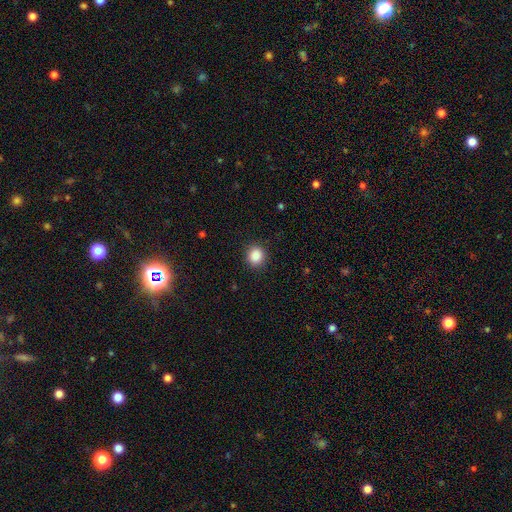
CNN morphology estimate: smooth-or-featured: smooth: 88% | star or artifact: 9% | featured or disk: 3%
  how-rounded: round: 83% | in between: 16% | cigar-shaped: 1%
  merging: none: 89% | minor disturbance: 8% | major disturbance: 3% | merger: 1%